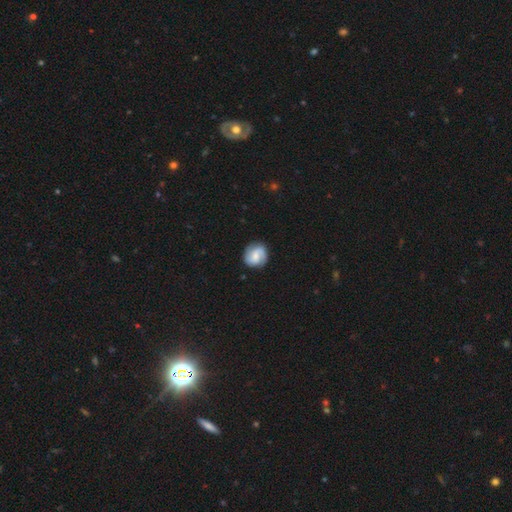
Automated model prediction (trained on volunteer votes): smooth-or-featured: featured or disk: 62% | smooth: 32% | star or artifact: 7%
  disk-edge-on: no: 98% | yes: 2%
    bar: weak: 47% | no: 42% | strong: 11%
    has-spiral-arms: yes: 93% | no: 7%
      spiral-winding: medium: 44% | tight: 31% | loose: 24%
      spiral-arm-count: 2: 81% | can't tell: 8% | 3: 5% | 1: 4% | 4: 1% | more than 4: 1%
    bulge-size: small: 43% | moderate: 38% | none: 12% | large: 5% | dominant: 2%
  merging: none: 82% | minor disturbance: 13% | major disturbance: 4% | merger: 1%